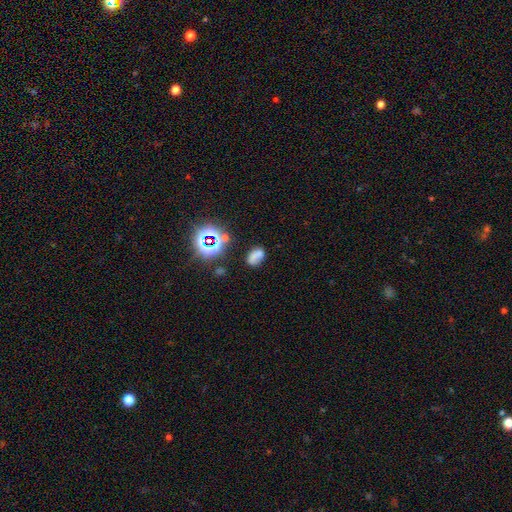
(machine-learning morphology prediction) Smooth or featured: smooth — 55% (star or artifact — 24%)
How rounded: in between — 79% (round — 19%)
Merging: none — 55% (minor disturbance — 21%)